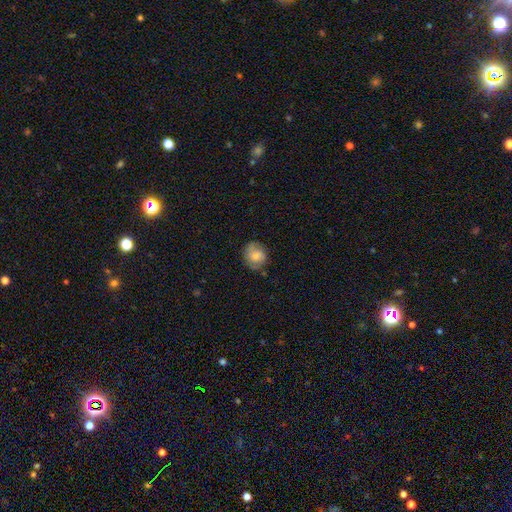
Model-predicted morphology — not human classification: Smooth or featured: smooth — 62% (featured or disk — 30%)
How rounded: round — 76% (in between — 23%)
Merging: none — 72% (minor disturbance — 21%)